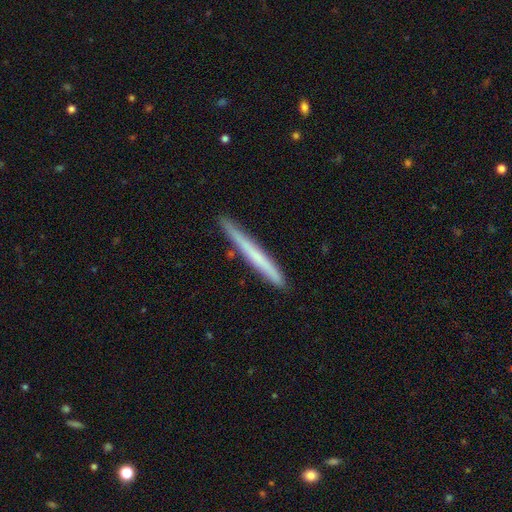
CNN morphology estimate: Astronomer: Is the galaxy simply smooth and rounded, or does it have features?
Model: smooth — 55% (runner-up: featured or disk, 39%).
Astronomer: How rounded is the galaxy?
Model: cigar-shaped — 97%.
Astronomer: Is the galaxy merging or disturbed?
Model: none — 88%.